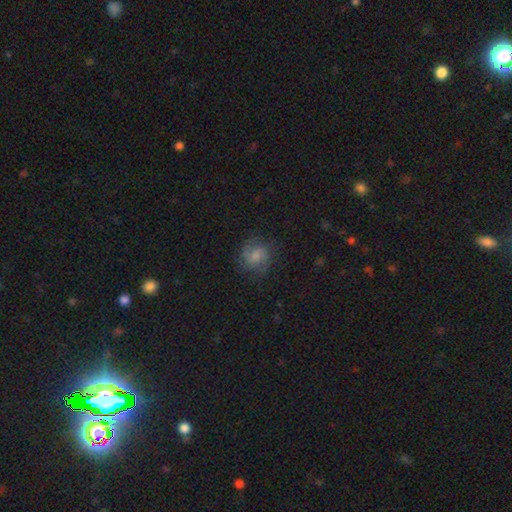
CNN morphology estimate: Smooth or featured: smooth — 47% (featured or disk — 42%)
Merging: none — 69% (minor disturbance — 18%)